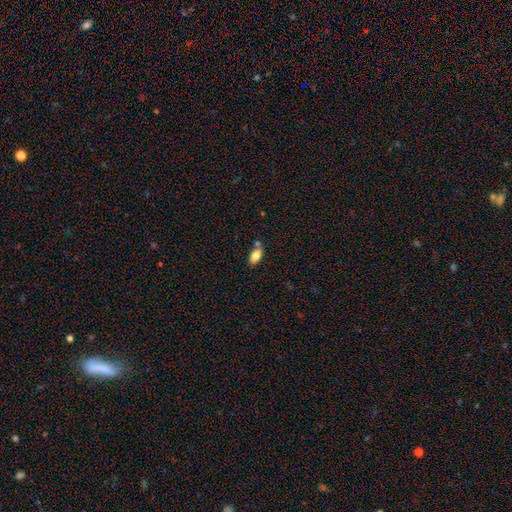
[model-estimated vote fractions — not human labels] The model was most divided on "merging": none: 67%, merger: 16%, minor disturbance: 14%, major disturbance: 3%. More confident: how rounded — in between (91%); smooth or featured — smooth (83%).